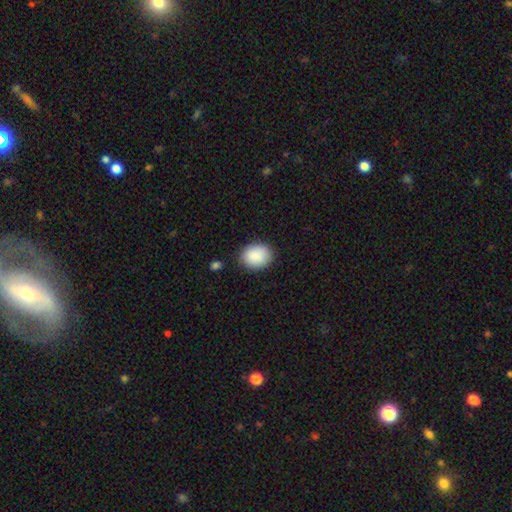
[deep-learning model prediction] A smooth galaxy with no disk features (89%) that is in between round and cigar-shaped (64%). Merging: none (85%).